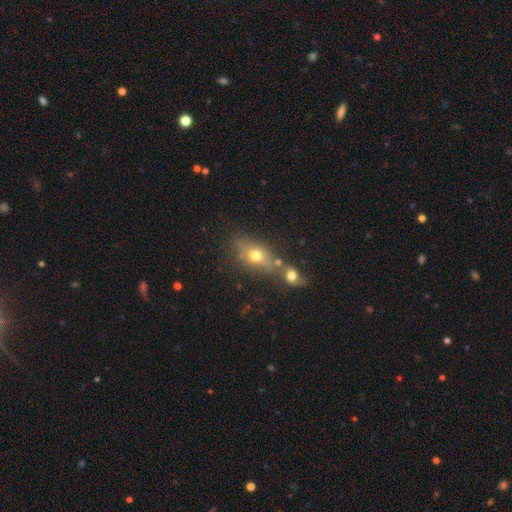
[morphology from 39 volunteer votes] Volunteers were most divided on "how rounded": in between: 52%, round: 45%, cigar-shaped: 3%. Remaining: smooth or featured — smooth (74%); merging — merger (49%).